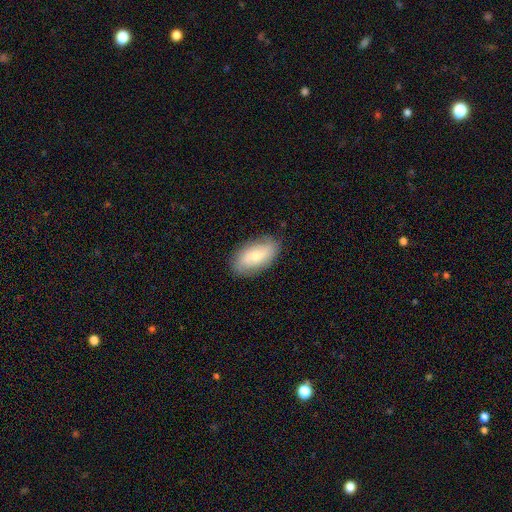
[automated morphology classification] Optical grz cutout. It shows a smooth galaxy with no disk features (59%) that is in between round and cigar-shaped (92%). Merging: none (84%).